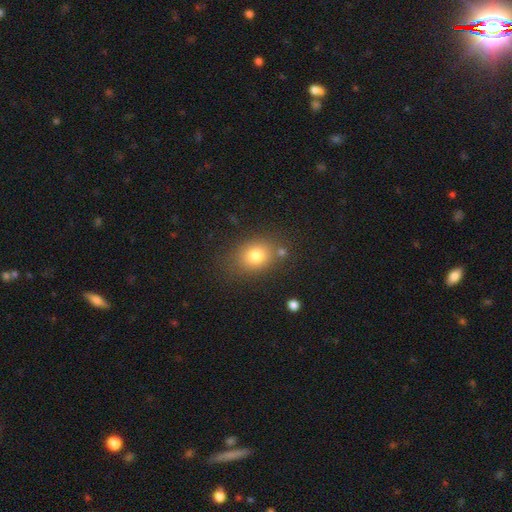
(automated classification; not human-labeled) Smooth or featured?
  - smooth: 78% *
  - star or artifact: 12%
  - featured or disk: 10%
How rounded?
  - in between: 53% *
  - round: 46%
  - cigar-shaped: 1%
Merging?
  - none: 74% *
  - minor disturbance: 14%
  - merger: 8%
  - major disturbance: 5%